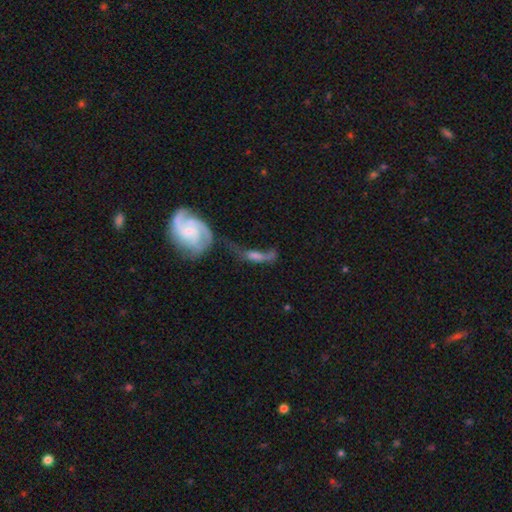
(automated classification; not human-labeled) This appears to be a featured or disk galaxy (61%) with no bar (63%), spiral arms (75%) and a small central bulge (45%). Merging: merger (39%).